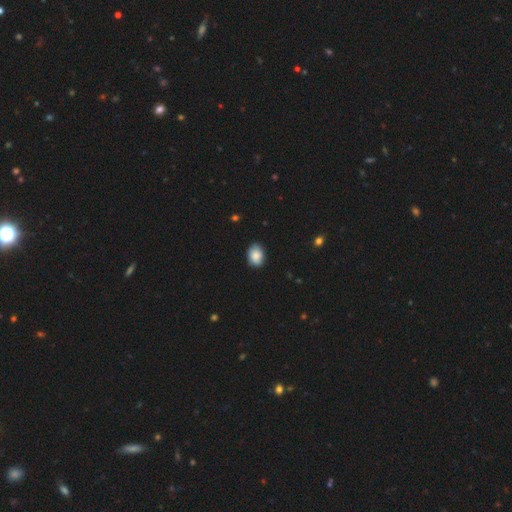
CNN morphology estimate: Overall: smooth (87%). How rounded: in between (74%). Merging: none (82%).